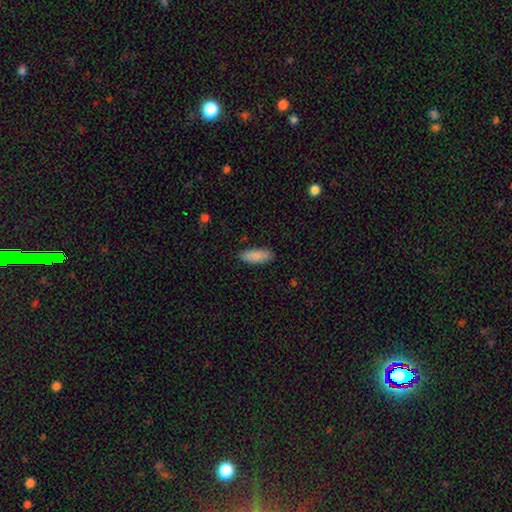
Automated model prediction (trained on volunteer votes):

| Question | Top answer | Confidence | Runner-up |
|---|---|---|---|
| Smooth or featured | smooth | 88% | star or artifact (6%) |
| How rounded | in between | 71% | cigar-shaped (28%) |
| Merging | none | 86% | minor disturbance (10%) |